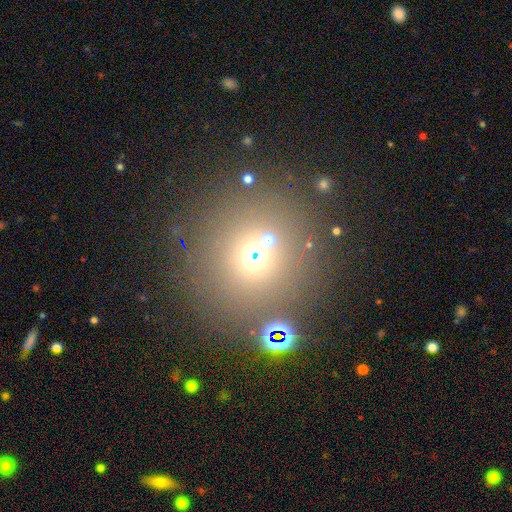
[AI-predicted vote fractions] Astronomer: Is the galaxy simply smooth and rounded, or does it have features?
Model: smooth — 53% (runner-up: star or artifact, 34%).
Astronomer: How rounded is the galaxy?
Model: round — 92%.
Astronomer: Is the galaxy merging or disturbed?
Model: none — 74%.